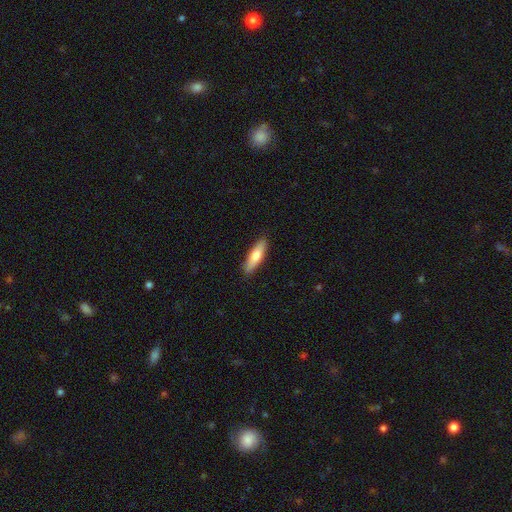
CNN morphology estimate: smooth 71%, featured or disk 24%, star or artifact 5%. Down the decision tree: how rounded — cigar-shaped (63%); merging — none (88%).